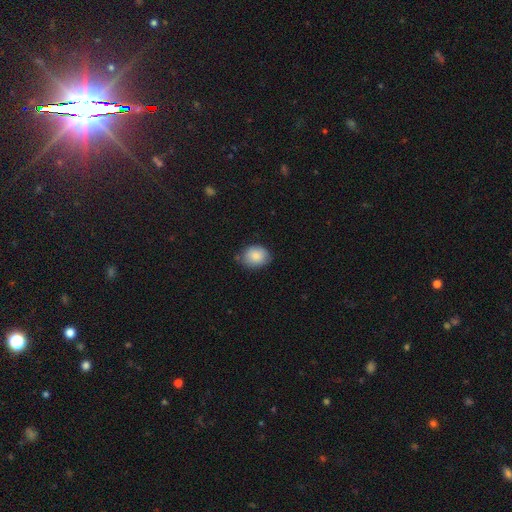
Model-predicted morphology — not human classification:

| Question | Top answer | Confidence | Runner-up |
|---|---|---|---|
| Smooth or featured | smooth | 86% | star or artifact (7%) |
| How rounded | in between | 50% | round (49%) |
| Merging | none | 72% | minor disturbance (22%) |